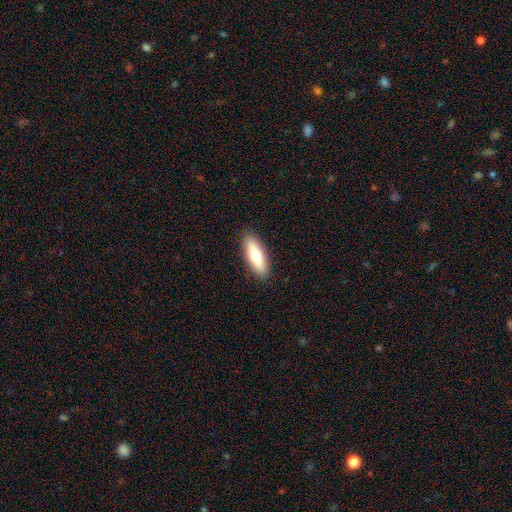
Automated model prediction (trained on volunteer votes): smooth-or-featured: smooth: 71% | featured or disk: 23% | star or artifact: 6%
  how-rounded: in between: 53% | cigar-shaped: 45% | round: 2%
  merging: none: 90% | minor disturbance: 8% | major disturbance: 2% | merger: 1%